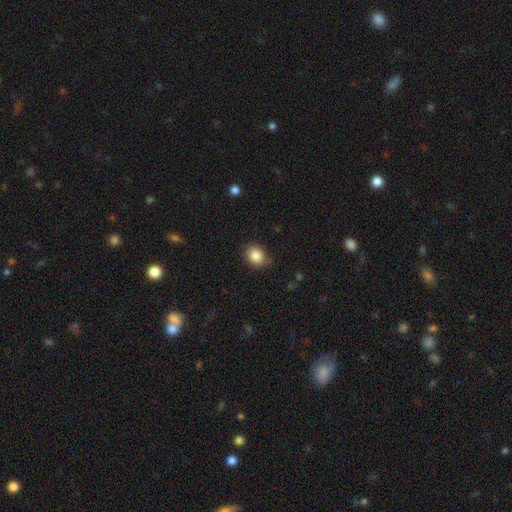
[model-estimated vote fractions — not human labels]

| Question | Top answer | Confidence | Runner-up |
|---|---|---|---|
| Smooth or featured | smooth | 86% | star or artifact (9%) |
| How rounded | round | 57% | in between (42%) |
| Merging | none | 75% | minor disturbance (19%) |